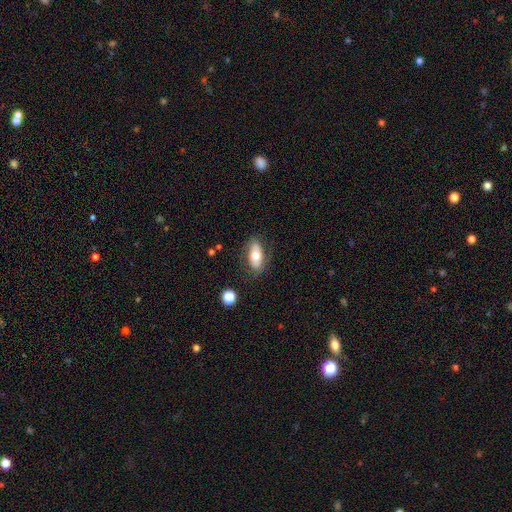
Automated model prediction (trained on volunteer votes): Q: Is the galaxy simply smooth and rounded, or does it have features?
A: smooth — 65%.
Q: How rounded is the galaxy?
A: in between — 86%.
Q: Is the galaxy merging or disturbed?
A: none — 79%.